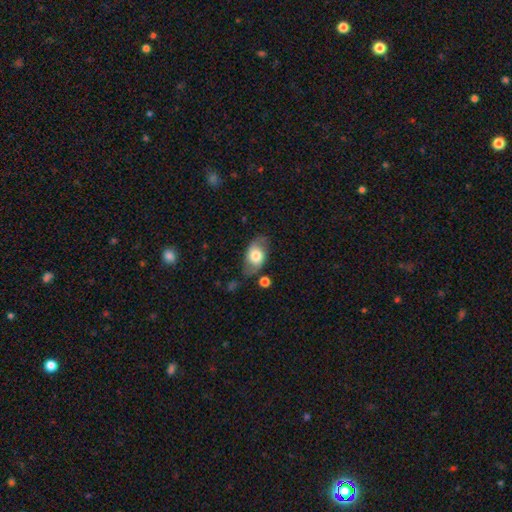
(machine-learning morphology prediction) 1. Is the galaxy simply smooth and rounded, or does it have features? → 60% smooth, 33% featured or disk, 7% star or artifact.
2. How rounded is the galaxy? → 85% in between, 13% round, 2% cigar-shaped.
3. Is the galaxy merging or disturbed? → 66% none, 22% minor disturbance, 8% major disturbance, 4% merger.